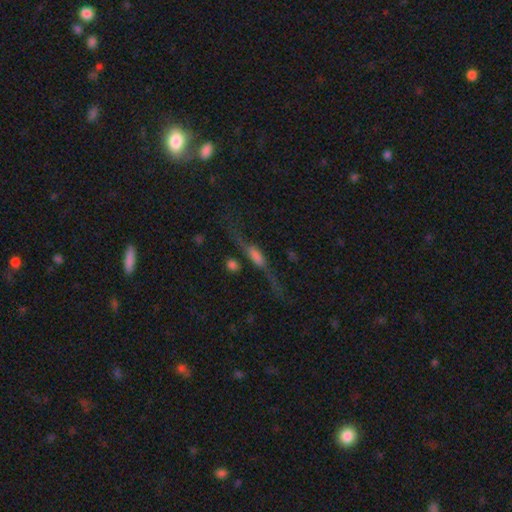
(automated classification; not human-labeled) featured or disk 63%, smooth 25%, star or artifact 12%. Down the decision tree: edge-on disk — yes (67%); merging — none (57%).